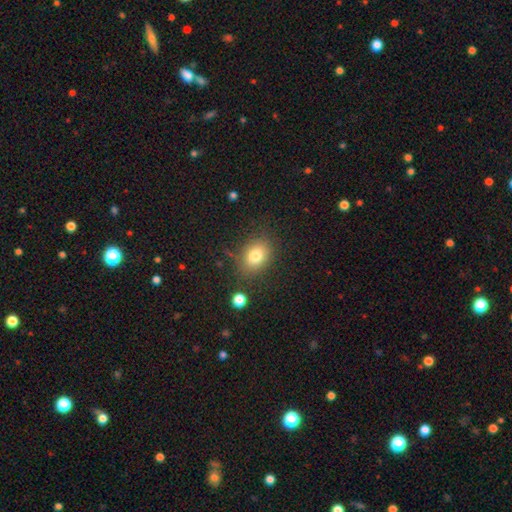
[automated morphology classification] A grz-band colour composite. It shows a smooth galaxy with no disk features (78%) that is in between round and cigar-shaped (60%). Merging: none (78%).